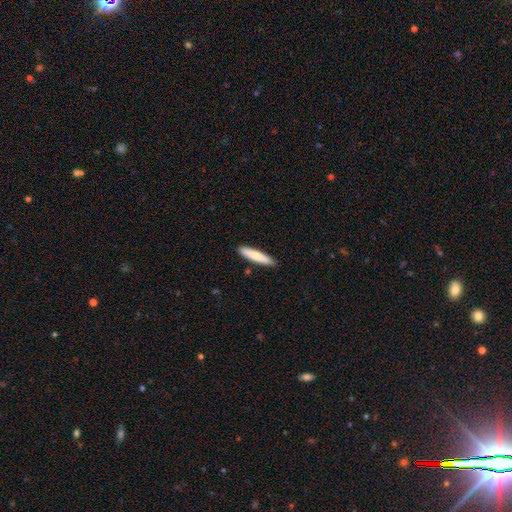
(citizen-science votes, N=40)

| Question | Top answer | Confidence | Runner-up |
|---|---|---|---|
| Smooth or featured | smooth | 78% | featured or disk (20%) |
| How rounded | cigar-shaped | 94% | in between (6%) |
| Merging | none | 87% | minor disturbance (8%) |